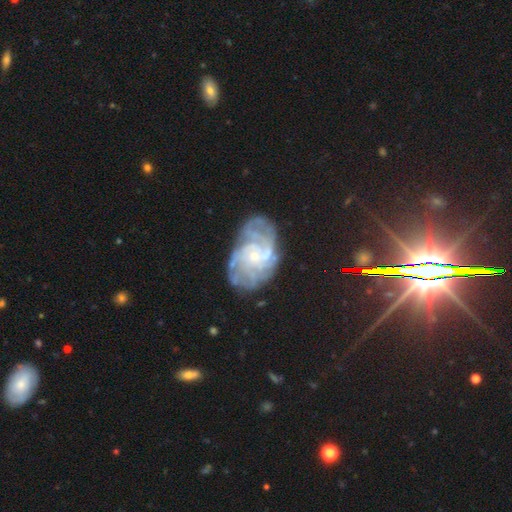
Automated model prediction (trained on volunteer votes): The model was most divided on "spiral arm count": can't tell: 39%, 4: 19%, more than 4: 13%, 3: 12%, 2: 11%, 1: 7%. More confident: edge-on disk — no (97%); spiral arms — yes (92%); smooth or featured — featured or disk (82%); bulge size — small (80%); bar — no (74%); merging — none (67%); spiral winding — tight (59%).